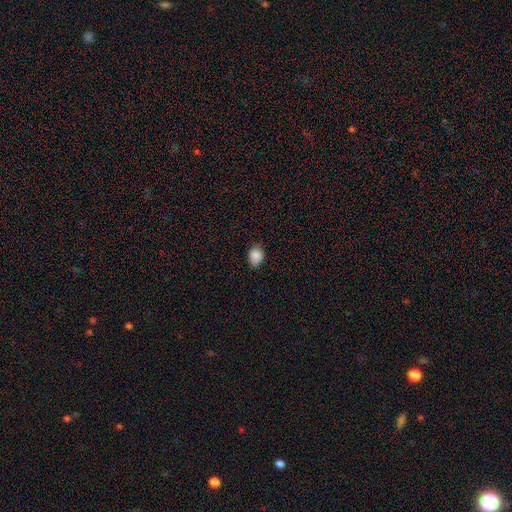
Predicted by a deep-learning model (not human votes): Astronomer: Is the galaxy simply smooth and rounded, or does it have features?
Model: smooth — 87%.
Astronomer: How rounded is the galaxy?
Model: in between — 62%.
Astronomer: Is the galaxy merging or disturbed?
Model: none — 79%.